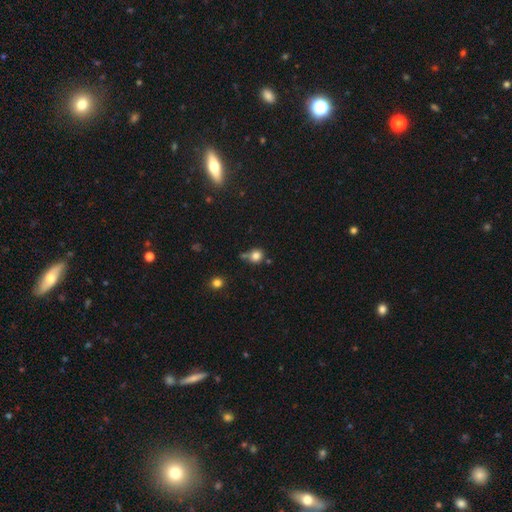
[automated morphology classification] Smooth or featured? Predicted: smooth (p=0.81). How rounded? Predicted: round (p=0.83). Merging? Predicted: none (p=0.60).